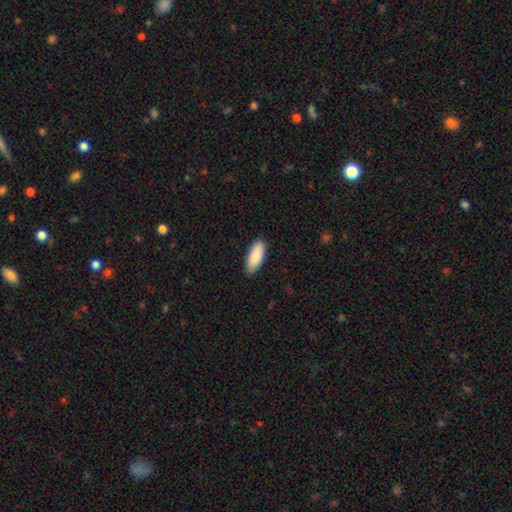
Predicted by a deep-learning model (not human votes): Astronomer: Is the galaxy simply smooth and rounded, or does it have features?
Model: smooth — 90%.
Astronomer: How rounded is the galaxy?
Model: in between — 80%.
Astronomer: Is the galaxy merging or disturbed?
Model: none — 87%.